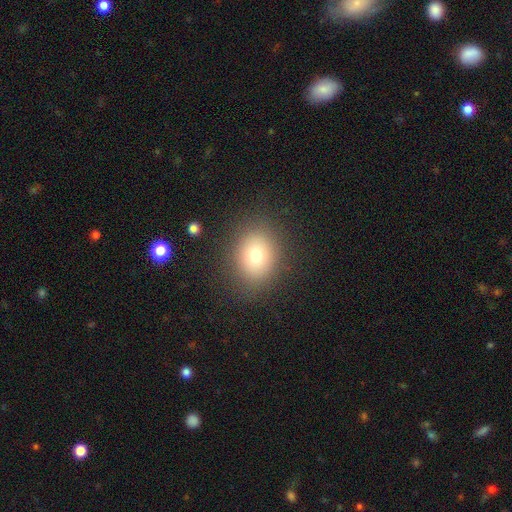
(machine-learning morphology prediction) Smooth or featured?
  - smooth: 76% *
  - star or artifact: 12%
  - featured or disk: 12%
How rounded?
  - round: 55% *
  - in between: 44%
  - cigar-shaped: 1%
Merging?
  - none: 85% *
  - minor disturbance: 10%
  - major disturbance: 4%
  - merger: 1%